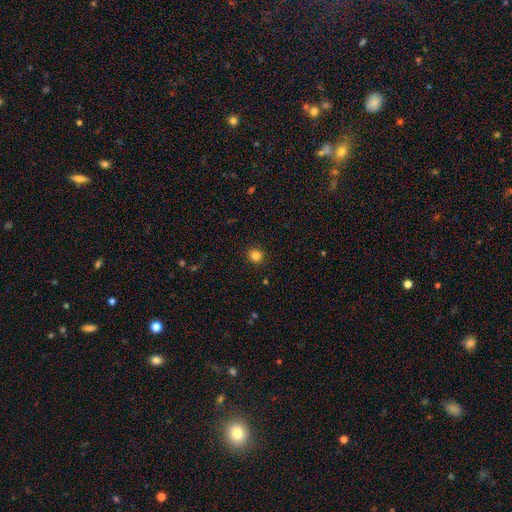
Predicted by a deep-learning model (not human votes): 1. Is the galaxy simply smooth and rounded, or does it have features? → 84% smooth, 12% star or artifact, 4% featured or disk.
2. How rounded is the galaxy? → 88% round, 11% in between, 1% cigar-shaped.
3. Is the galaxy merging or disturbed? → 91% none, 6% minor disturbance, 2% major disturbance, 1% merger.